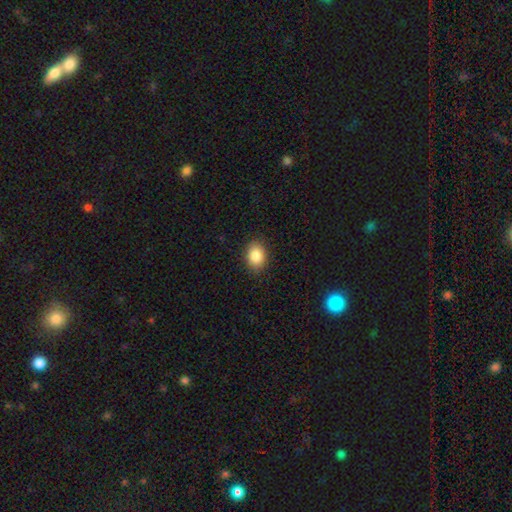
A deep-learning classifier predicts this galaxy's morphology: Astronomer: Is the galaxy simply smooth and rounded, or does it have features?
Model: smooth — 88%.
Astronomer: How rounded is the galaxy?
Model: in between — 74%.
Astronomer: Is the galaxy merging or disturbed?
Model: none — 88%.